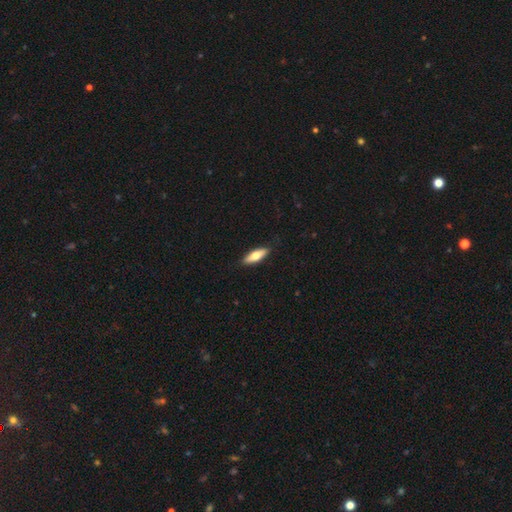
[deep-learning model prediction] This is likely a smooth galaxy (63%). How rounded: possibly in between (53%). Merging: clearly none (88%).